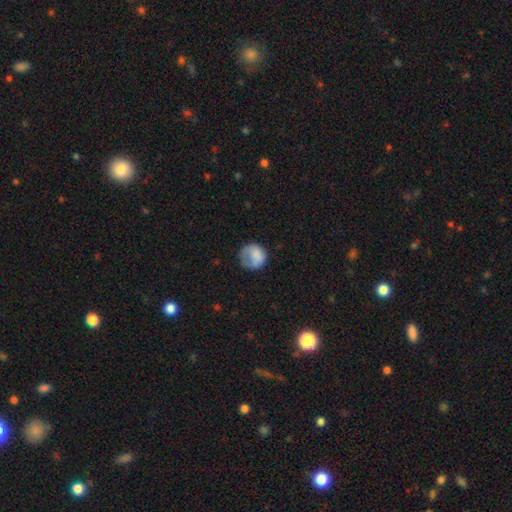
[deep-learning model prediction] A smooth galaxy with no disk features (76%) that is round (82%). Merging: none (49%).